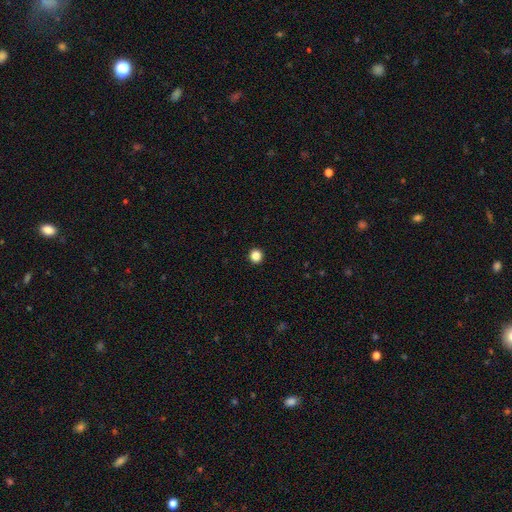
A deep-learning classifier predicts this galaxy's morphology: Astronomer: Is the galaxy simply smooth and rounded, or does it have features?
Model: smooth — 87%.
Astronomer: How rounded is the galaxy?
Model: round — 94%.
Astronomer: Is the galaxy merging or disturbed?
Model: none — 94%.